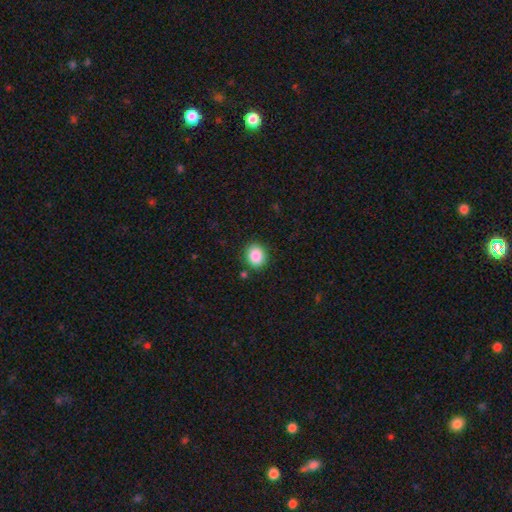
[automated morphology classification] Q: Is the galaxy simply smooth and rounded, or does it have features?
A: smooth — 87%.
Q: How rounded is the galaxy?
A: round — 63%.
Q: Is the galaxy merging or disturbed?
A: none — 86%.